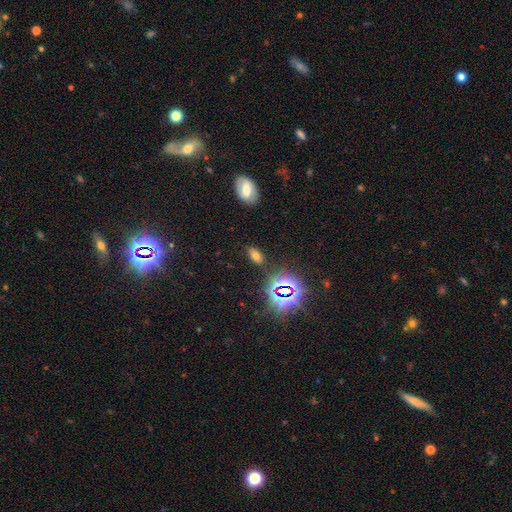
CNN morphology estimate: Smooth or featured? smooth (56%)
How rounded? in between (88%)
Merging? none (82%)